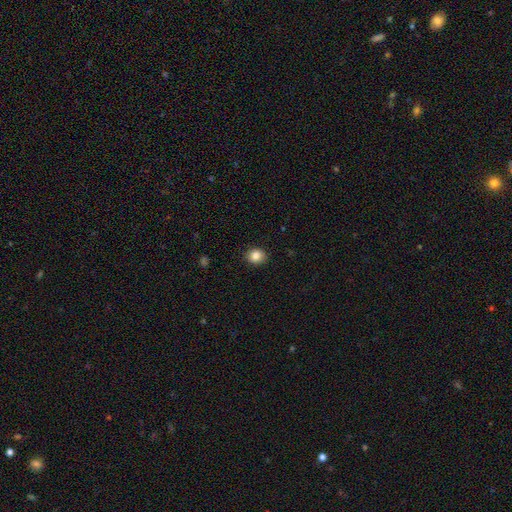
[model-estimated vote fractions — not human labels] A smooth galaxy with no disk features (85%) that is round (73%). Merging: none (90%).